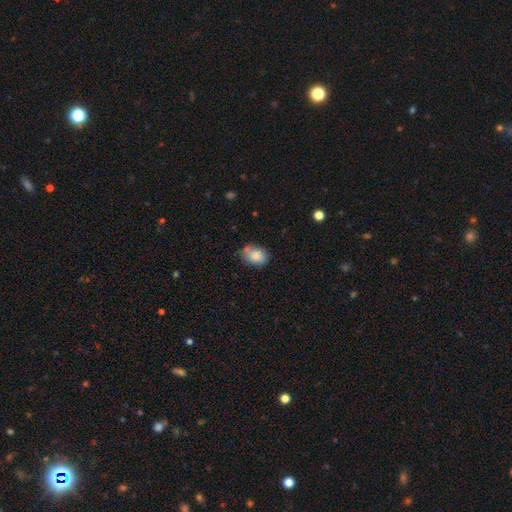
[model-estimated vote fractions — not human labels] smooth_or_featured: smooth (p=0.83) [alt: featured or disk p=0.09]
how_rounded: in between (p=0.73) [alt: round p=0.26]
merging: none (p=0.63) [alt: minor disturbance p=0.25]